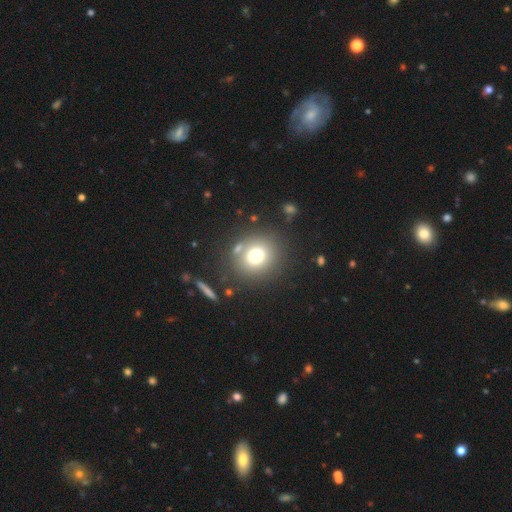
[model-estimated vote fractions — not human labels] This is likely a smooth galaxy (73%). How rounded: clearly round (82%). Merging: likely none (77%).